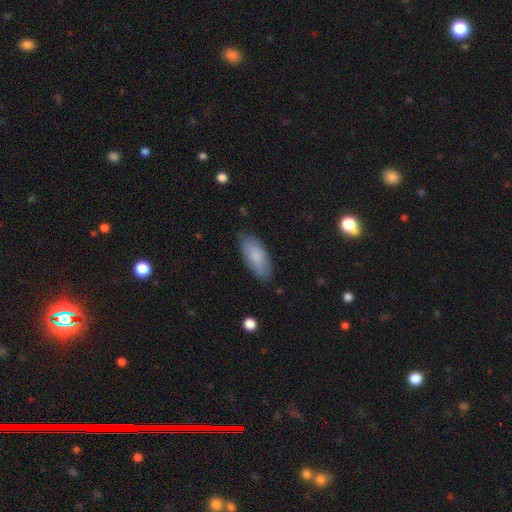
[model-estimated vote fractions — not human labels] smooth-or-featured: smooth: 82% | featured or disk: 12% | star or artifact: 6%
  how-rounded: in between: 85% | cigar-shaped: 13% | round: 2%
  merging: none: 79% | minor disturbance: 17% | major disturbance: 3% | merger: 1%